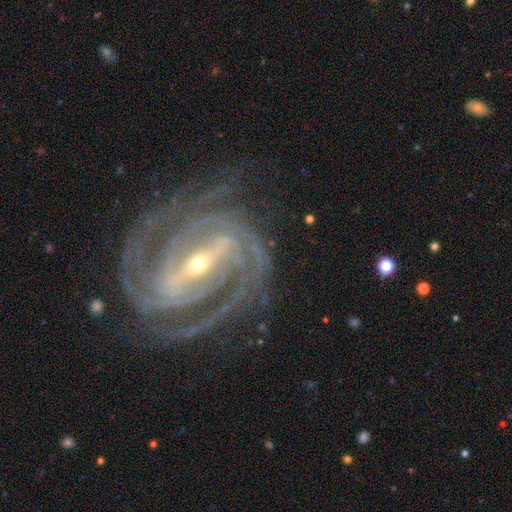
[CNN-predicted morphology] featured or disk 93%, star or artifact 5%, smooth 3%. Down the decision tree: edge-on disk — no (97%); bar — strong (77%); spiral arms — yes (98%); spiral arm count — 2 (27%); spiral winding — tight (66%); bulge size — small (75%); merging — none (75%).